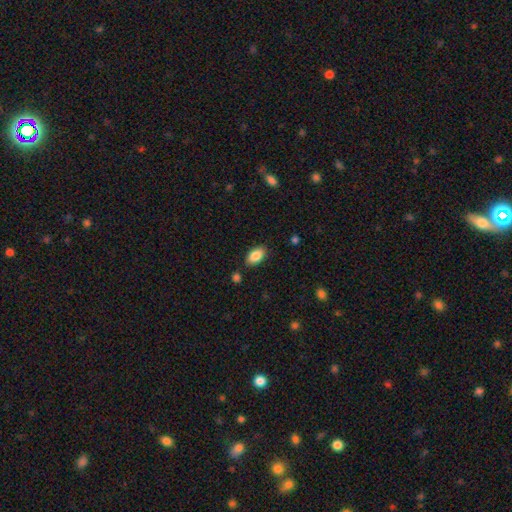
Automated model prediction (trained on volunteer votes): smooth-or-featured: smooth: 86% | star or artifact: 7% | featured or disk: 7%
  how-rounded: in between: 93% | round: 4% | cigar-shaped: 3%
  merging: none: 84% | minor disturbance: 11% | merger: 2% | major disturbance: 2%